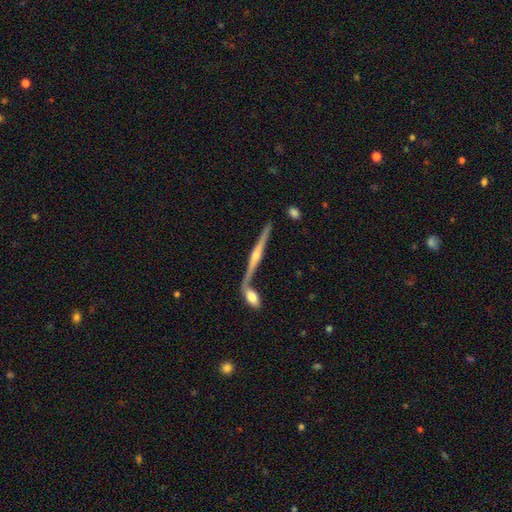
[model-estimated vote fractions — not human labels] Q: Smooth or featured?
A: featured or disk (81%); runner-up: smooth (13%)
Q: Edge-on disk?
A: yes (97%); runner-up: no (3%)
Q: Edge-on bulge?
A: rounded (86%); runner-up: none (7%)
Q: Merging?
A: none (68%); runner-up: merger (20%)